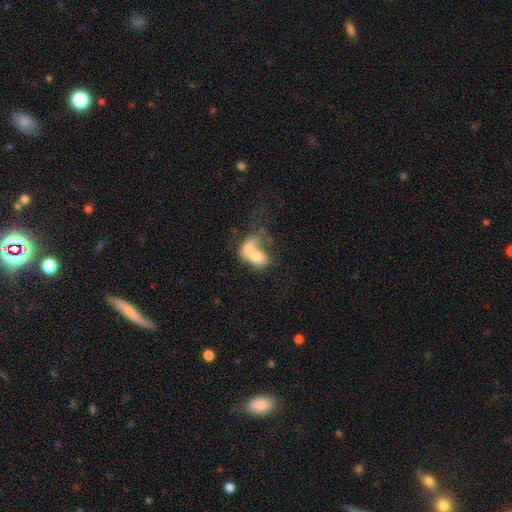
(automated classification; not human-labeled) Smooth or featured: smooth — 64% (featured or disk — 28%)
How rounded: in between — 77% (round — 20%)
Merging: merger — 70% (major disturbance — 12%)